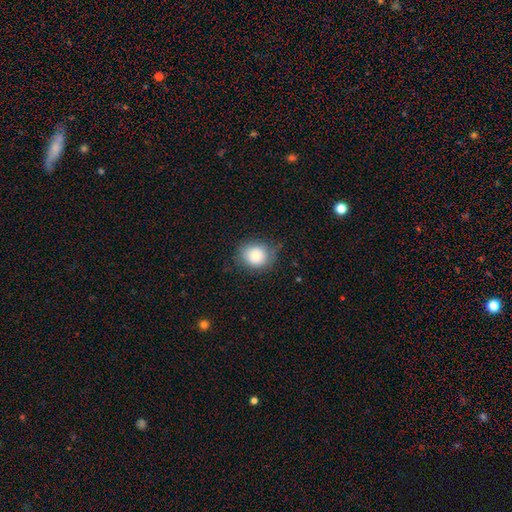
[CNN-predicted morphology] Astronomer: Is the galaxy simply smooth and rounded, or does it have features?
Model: smooth — 80%.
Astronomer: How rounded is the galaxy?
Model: round — 77%.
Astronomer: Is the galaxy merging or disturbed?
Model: none — 73%.